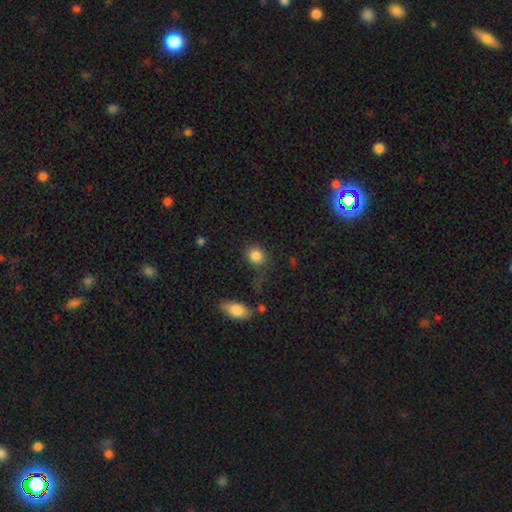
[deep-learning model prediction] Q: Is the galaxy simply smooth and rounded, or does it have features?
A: smooth — 86%.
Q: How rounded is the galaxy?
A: round — 74%.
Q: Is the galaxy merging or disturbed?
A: none — 75%.